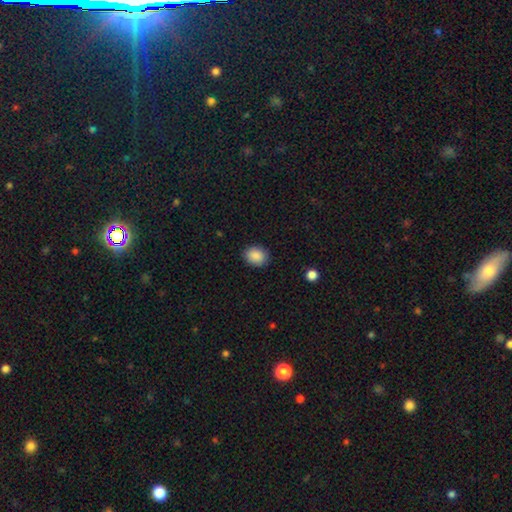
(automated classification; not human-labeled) A smooth galaxy with no disk features (88%) that is round (52%).

Vote fractions:
- Smooth or featured? smooth: 88% / star or artifact: 8% / featured or disk: 3%
- How rounded? round: 52% / in between: 47% / cigar-shaped: 1%
- Merging? none: 88% / minor disturbance: 9% / major disturbance: 2% / merger: 1%